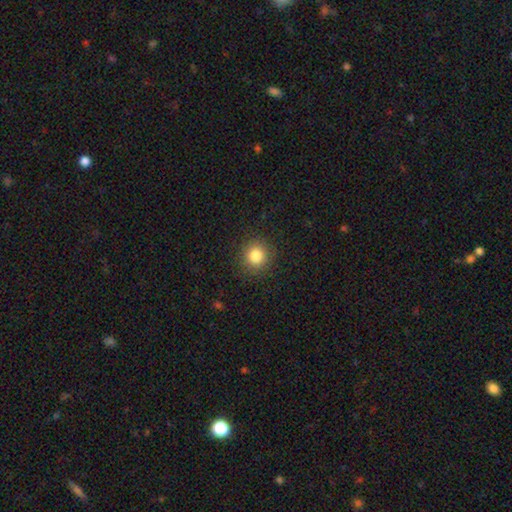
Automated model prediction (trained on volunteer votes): smooth 83%, star or artifact 11%, featured or disk 6%. Down the decision tree: how rounded — round (92%); merging — none (90%).